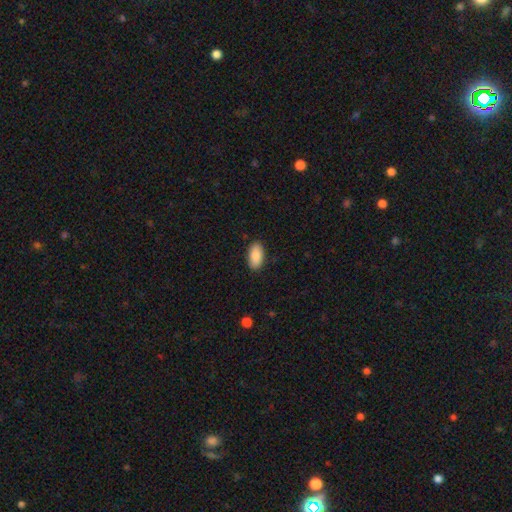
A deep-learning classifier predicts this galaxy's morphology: smooth-or-featured: smooth: 88% | star or artifact: 6% | featured or disk: 5%
  how-rounded: in between: 93% | cigar-shaped: 4% | round: 3%
  merging: none: 88% | minor disturbance: 9% | major disturbance: 2% | merger: 1%